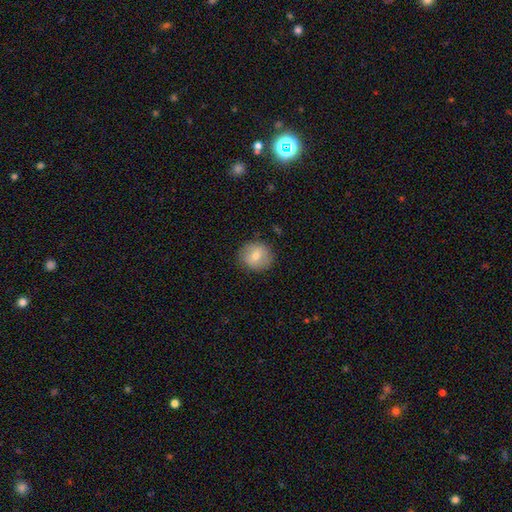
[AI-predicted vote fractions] A smooth galaxy with no disk features (69%) that is round (83%). Merging: none (87%).